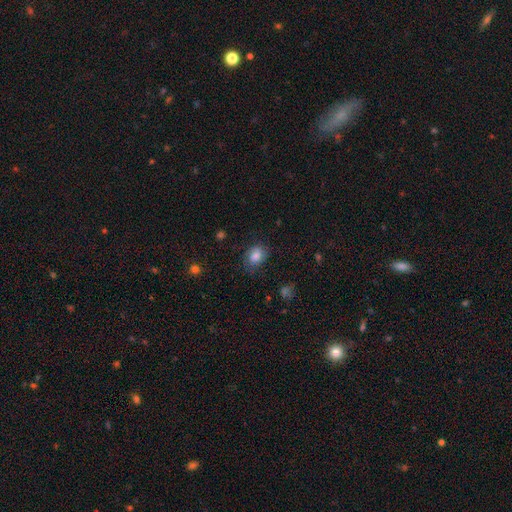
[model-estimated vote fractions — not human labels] Smooth or featured? smooth (79%)
How rounded? in between (68%)
Merging? none (70%)